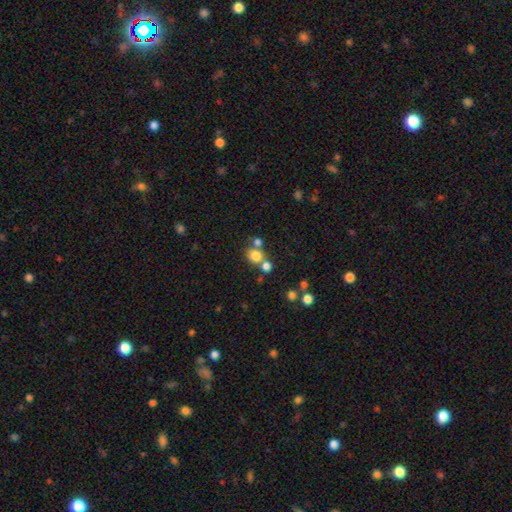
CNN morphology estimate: This is likely a smooth galaxy (77%). How rounded: likely round (75%). Merging: possibly none (54%).